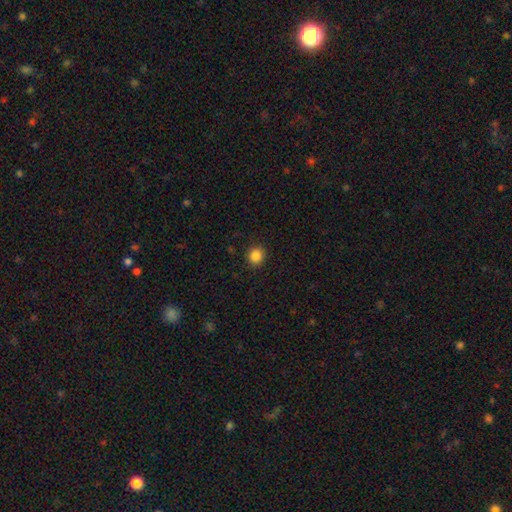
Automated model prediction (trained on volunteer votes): Smooth or featured?
  - smooth: 86% *
  - star or artifact: 11%
  - featured or disk: 4%
How rounded?
  - round: 86% *
  - in between: 13%
  - cigar-shaped: 1%
Merging?
  - none: 91% *
  - minor disturbance: 6%
  - major disturbance: 2%
  - merger: 1%